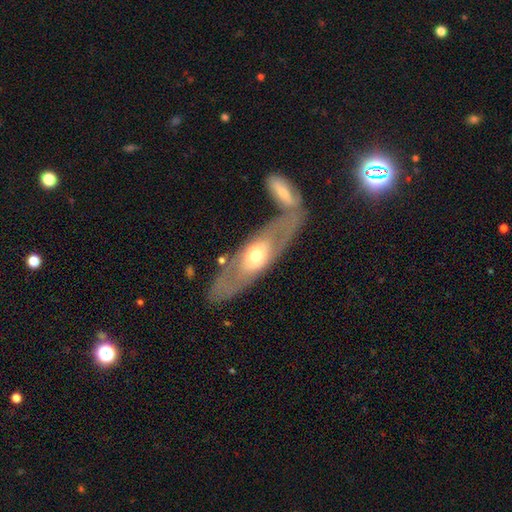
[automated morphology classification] type=featured or disk (60%); edge-on=no (68%); merging=none (64%).